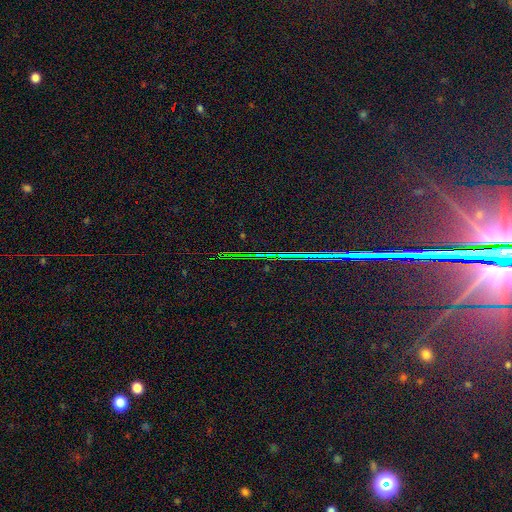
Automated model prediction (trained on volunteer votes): star or artifact 86%, featured or disk 7%, smooth 7%.